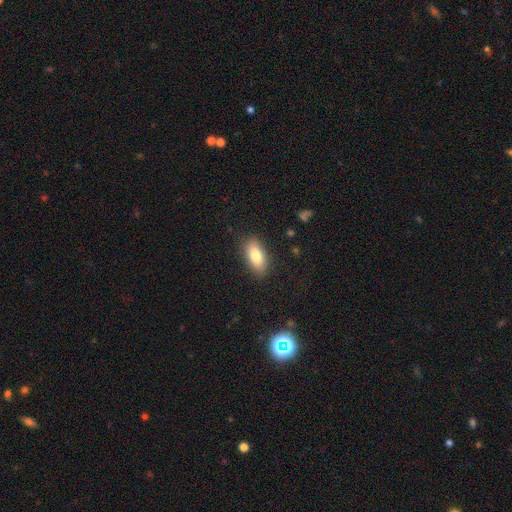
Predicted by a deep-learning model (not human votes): This is likely a smooth galaxy (79%). How rounded: clearly in between (87%). Merging: clearly none (86%).